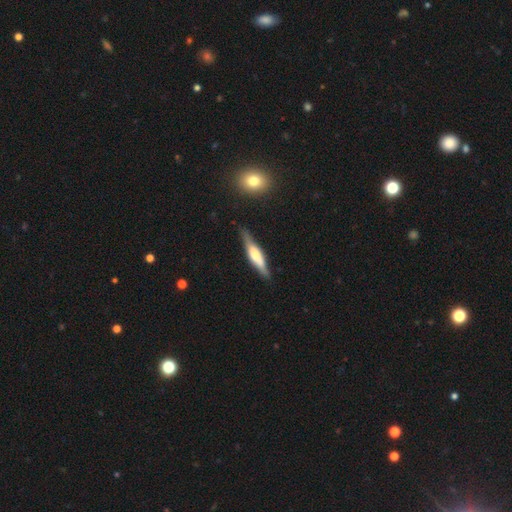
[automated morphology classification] smooth_or_featured: featured or disk (p=0.56) [alt: smooth p=0.38]
disk_edge_on: yes (p=0.93) [alt: no p=0.07]
edge_on_bulge: rounded (p=0.66) [alt: boxy p=0.26]
merging: none (p=0.81) [alt: minor disturbance p=0.14]